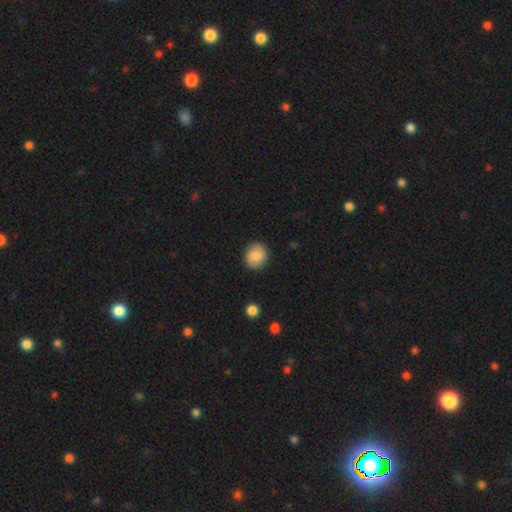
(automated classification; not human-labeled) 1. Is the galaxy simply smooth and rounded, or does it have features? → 84% smooth, 9% featured or disk, 7% star or artifact.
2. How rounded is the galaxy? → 74% round, 25% in between, 1% cigar-shaped.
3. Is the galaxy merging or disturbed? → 89% none, 8% minor disturbance, 2% major disturbance, 1% merger.